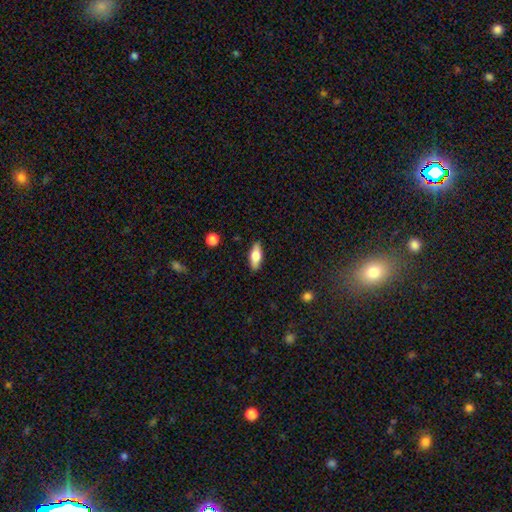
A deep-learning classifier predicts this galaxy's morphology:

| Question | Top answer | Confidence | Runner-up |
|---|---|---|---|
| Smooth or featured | smooth | 65% | featured or disk (28%) |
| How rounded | in between | 70% | cigar-shaped (27%) |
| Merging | none | 88% | minor disturbance (9%) |